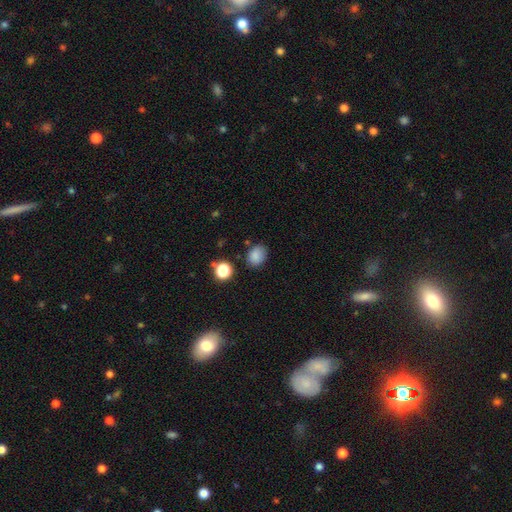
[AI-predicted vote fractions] Smooth or featured?
  - smooth: 83% *
  - star or artifact: 12%
  - featured or disk: 4%
How rounded?
  - in between: 55% *
  - round: 44%
  - cigar-shaped: 1%
Merging?
  - none: 79% *
  - minor disturbance: 14%
  - major disturbance: 3%
  - merger: 3%